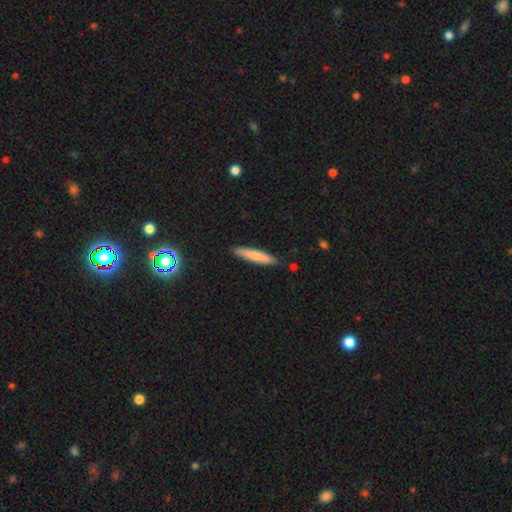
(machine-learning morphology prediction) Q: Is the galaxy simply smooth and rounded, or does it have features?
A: smooth — 76%.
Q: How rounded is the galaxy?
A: cigar-shaped — 89%.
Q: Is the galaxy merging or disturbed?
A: none — 87%.